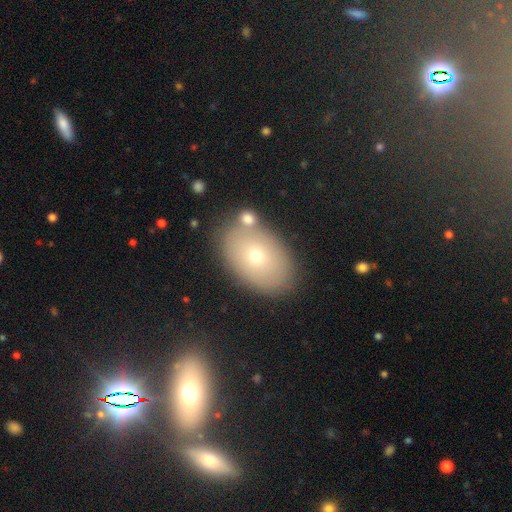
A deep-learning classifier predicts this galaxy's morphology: A smooth galaxy with no disk features (66%) that is in between round and cigar-shaped (84%).

Vote fractions:
- Smooth or featured? smooth: 66% / featured or disk: 23% / star or artifact: 11%
- How rounded? in between: 84% / round: 15% / cigar-shaped: 1%
- Merging? none: 77% / minor disturbance: 11% / merger: 8% / major disturbance: 4%